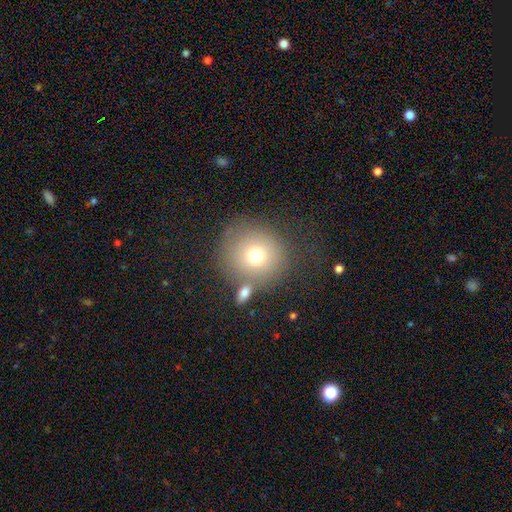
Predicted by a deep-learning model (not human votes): This is likely a smooth galaxy (71%). How rounded: clearly round (92%). Merging: likely none (68%).